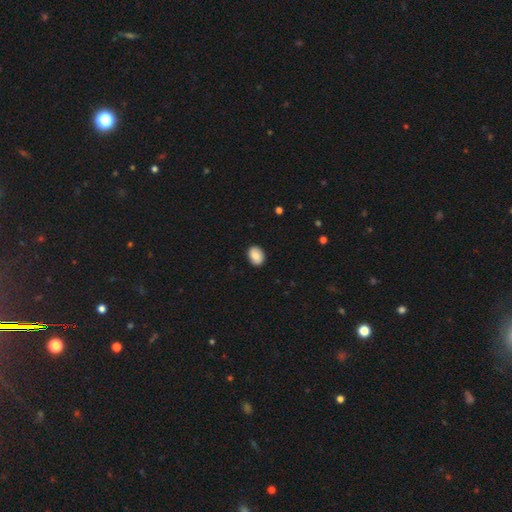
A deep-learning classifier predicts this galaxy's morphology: The model was most divided on "how rounded": in between: 73%, round: 26%, cigar-shaped: 1%. More confident: merging — none (88%); smooth or featured — smooth (83%).